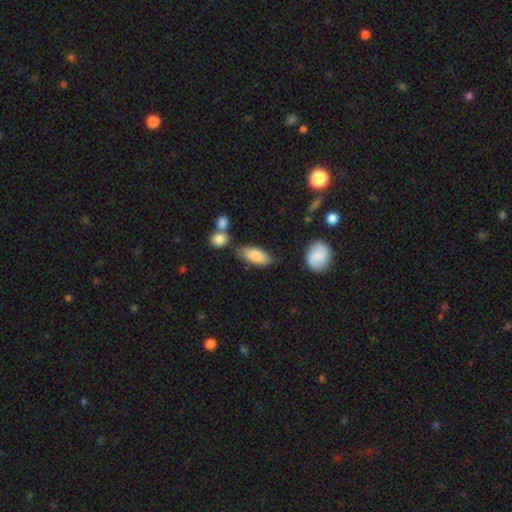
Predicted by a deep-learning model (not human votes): Smooth or featured: smooth — 83% (featured or disk — 10%)
How rounded: in between — 83% (cigar-shaped — 15%)
Merging: none — 71% (minor disturbance — 17%)